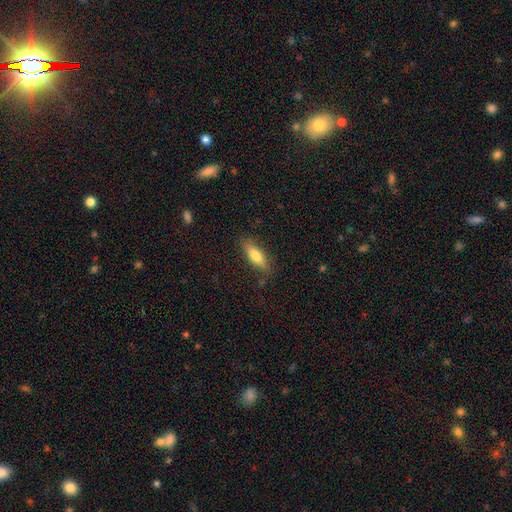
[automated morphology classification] Q: Smooth or featured?
A: smooth (70%); runner-up: featured or disk (24%)
Q: How rounded?
A: cigar-shaped (49%); tied with: in between (49%)
Q: Merging?
A: none (83%); runner-up: minor disturbance (13%)